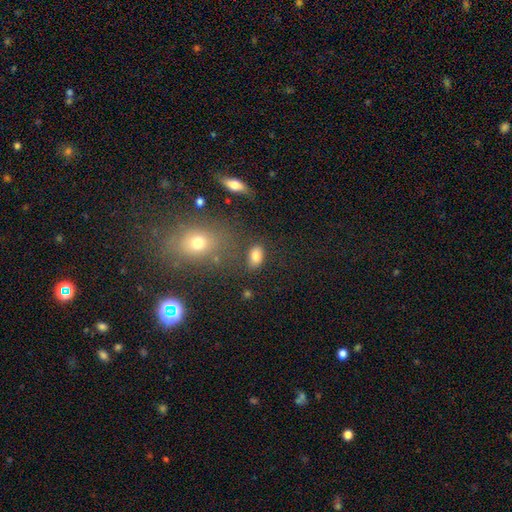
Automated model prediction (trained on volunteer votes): Smooth or featured: smooth — 81% (star or artifact — 10%)
How rounded: in between — 86% (round — 12%)
Merging: none — 78% (minor disturbance — 12%)